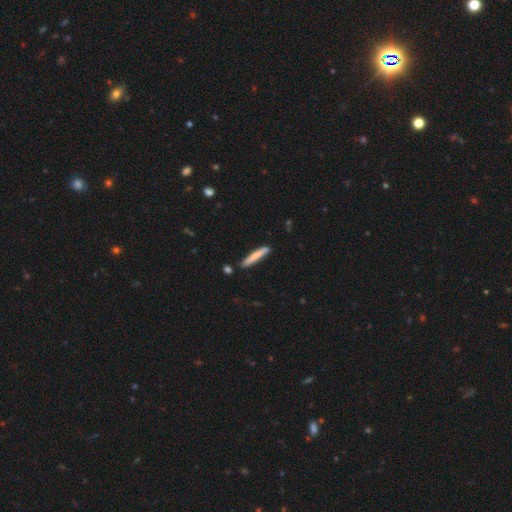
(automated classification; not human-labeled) Smooth or featured? smooth (72%)
How rounded? cigar-shaped (95%)
Merging? none (84%)